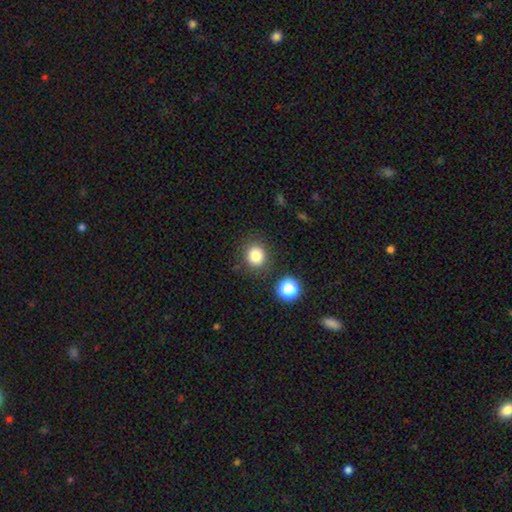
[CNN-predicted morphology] Smooth or featured: smooth — 82% (star or artifact — 12%)
How rounded: round — 87% (in between — 12%)
Merging: none — 85% (minor disturbance — 8%)